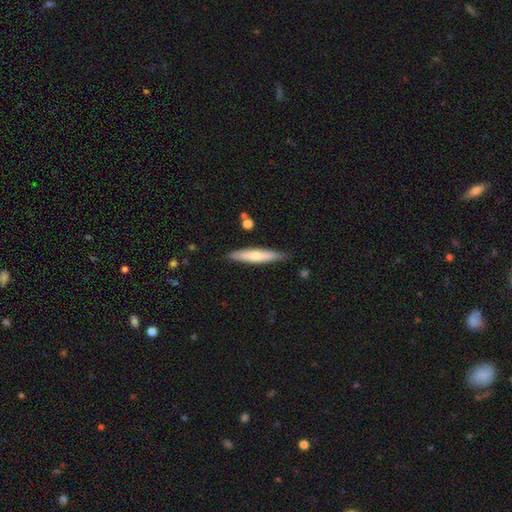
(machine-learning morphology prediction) Smooth or featured?
  - smooth: 57% *
  - featured or disk: 38%
  - star or artifact: 6%
How rounded?
  - cigar-shaped: 89% *
  - in between: 9%
  - round: 1%
Merging?
  - none: 85% *
  - minor disturbance: 11%
  - major disturbance: 2%
  - merger: 2%